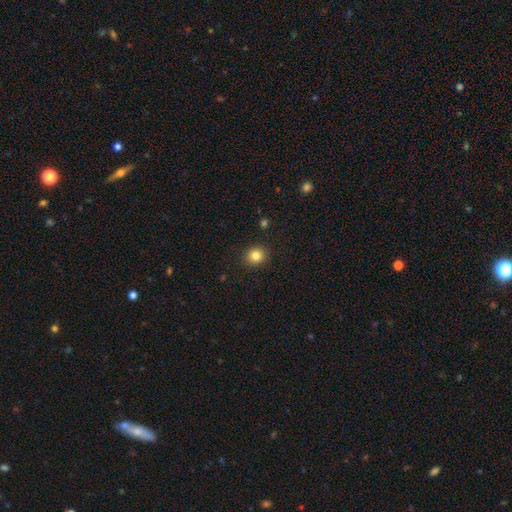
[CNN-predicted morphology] Smooth or featured?
  - smooth: 83% *
  - star or artifact: 11%
  - featured or disk: 5%
How rounded?
  - round: 82% *
  - in between: 17%
  - cigar-shaped: 1%
Merging?
  - none: 90% *
  - minor disturbance: 7%
  - major disturbance: 2%
  - merger: 1%